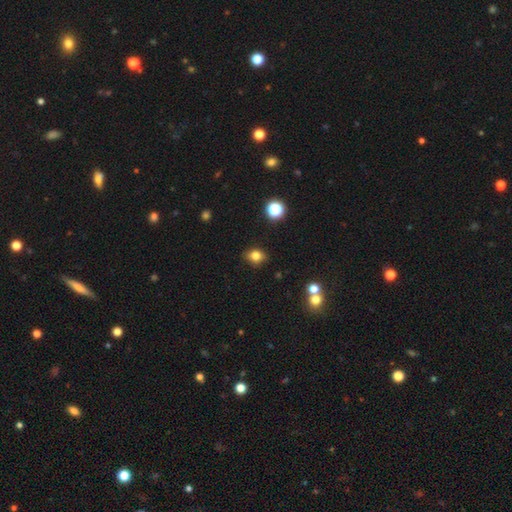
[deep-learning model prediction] Overall: smooth (80%). How rounded: round (51%; in between 48%). Merging: none (84%).